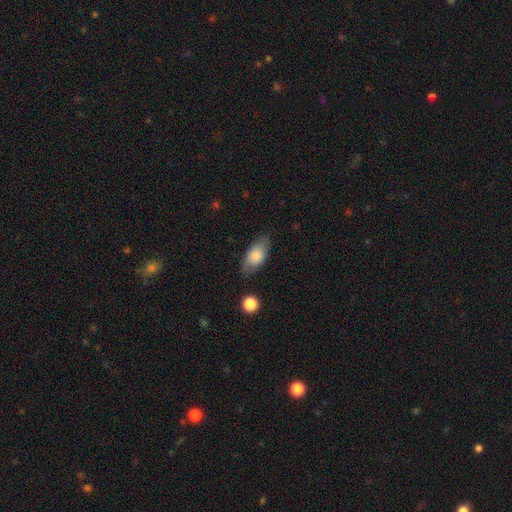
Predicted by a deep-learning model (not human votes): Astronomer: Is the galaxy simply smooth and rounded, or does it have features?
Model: smooth — 76%.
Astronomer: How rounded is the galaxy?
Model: in between — 89%.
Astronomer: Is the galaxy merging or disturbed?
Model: none — 74%.